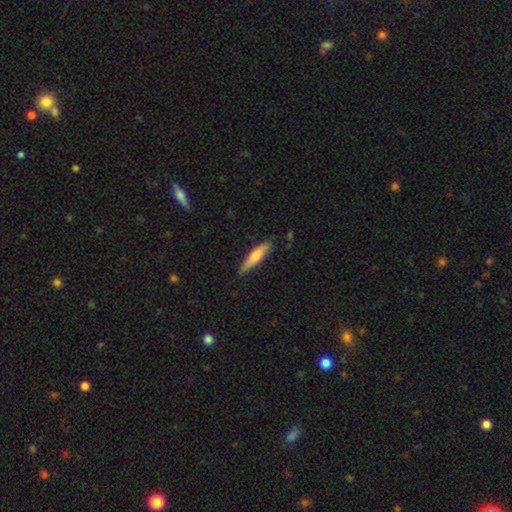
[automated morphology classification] smooth-or-featured: smooth: 62% | featured or disk: 32% | star or artifact: 5%
  how-rounded: cigar-shaped: 81% | in between: 17% | round: 2%
  merging: none: 81% | minor disturbance: 15% | major disturbance: 2% | merger: 2%